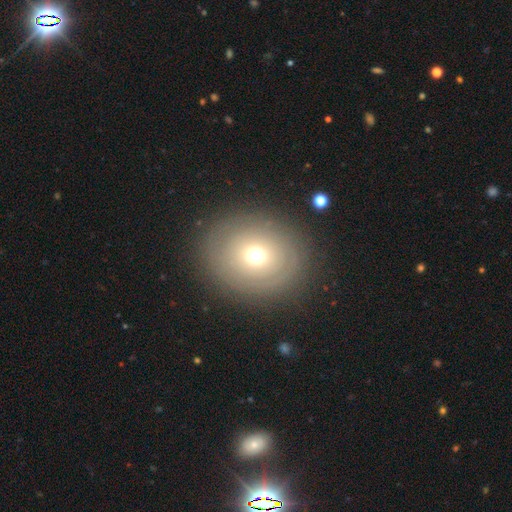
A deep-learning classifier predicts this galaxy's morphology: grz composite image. It shows a smooth galaxy with no disk features (57%) that is round (68%). Merging: none (83%).